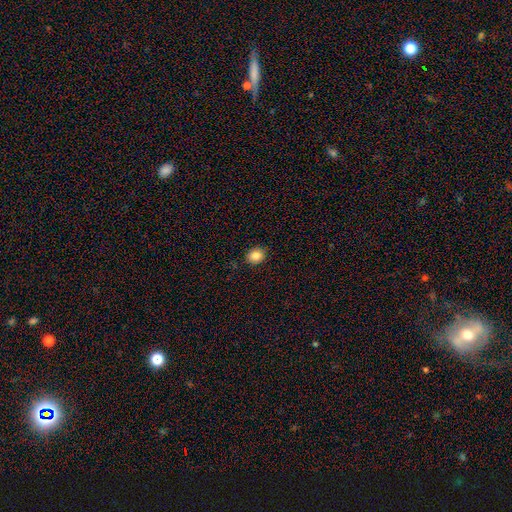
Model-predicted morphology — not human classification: Smooth or featured: smooth — 84% (star or artifact — 10%)
How rounded: round — 69% (in between — 30%)
Merging: none — 90% (minor disturbance — 7%)